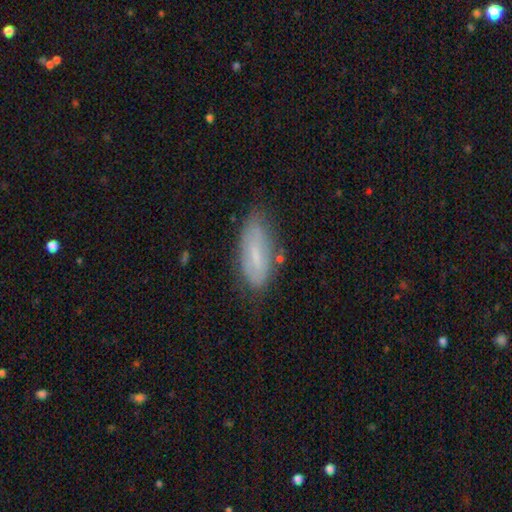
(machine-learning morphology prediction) The model was most divided on "smooth or featured": smooth: 51%, featured or disk: 40%, star or artifact: 9%. More confident: how rounded — in between (76%); merging — none (64%).